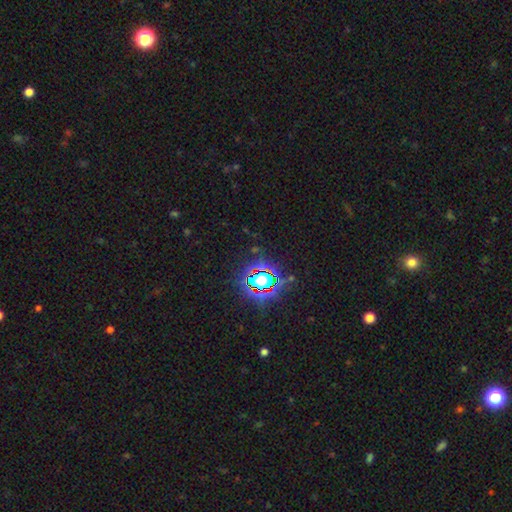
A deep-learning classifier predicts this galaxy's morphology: A star or artifact, not a galaxy (82%).